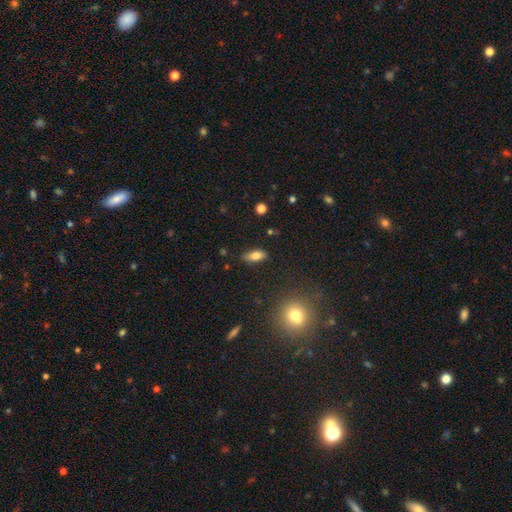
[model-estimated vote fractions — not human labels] Smooth or featured? smooth (80%)
How rounded? in between (83%)
Merging? none (82%)